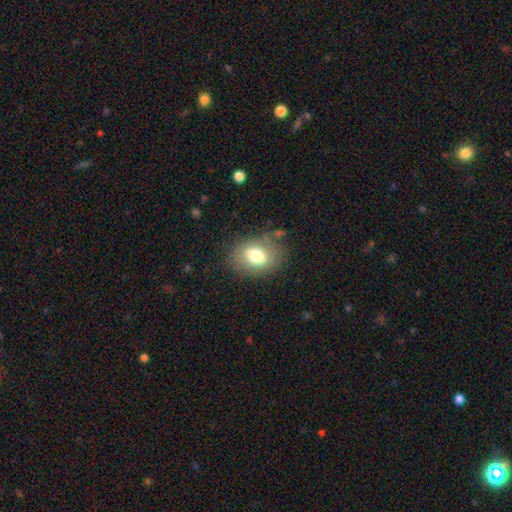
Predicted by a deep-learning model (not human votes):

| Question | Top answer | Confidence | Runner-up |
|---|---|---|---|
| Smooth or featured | smooth | 74% | featured or disk (16%) |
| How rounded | in between | 59% | round (40%) |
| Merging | none | 74% | minor disturbance (17%) |